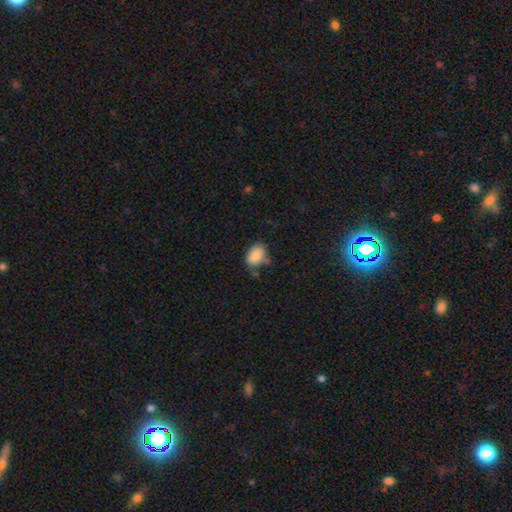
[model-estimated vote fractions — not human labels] A smooth galaxy with no disk features (87%) that is in between round and cigar-shaped (83%).

Vote fractions:
- Smooth or featured? smooth: 87% / star or artifact: 8% / featured or disk: 5%
- How rounded? in between: 83% / round: 16% / cigar-shaped: 1%
- Merging? none: 59% / minor disturbance: 28% / major disturbance: 7% / merger: 5%